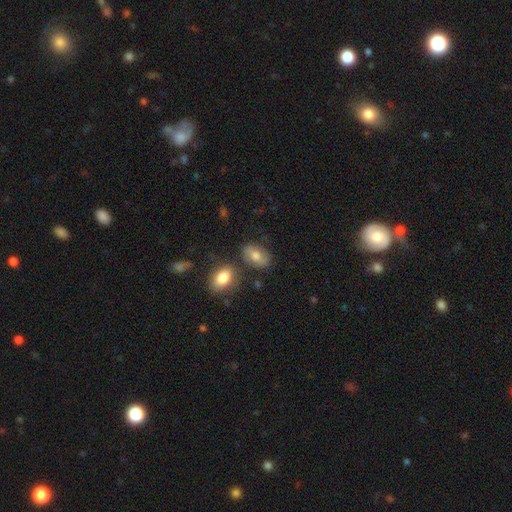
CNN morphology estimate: Smooth or featured? Predicted: smooth (p=0.61). How rounded? Predicted: in between (p=0.82). Merging? Predicted: none (p=0.74).